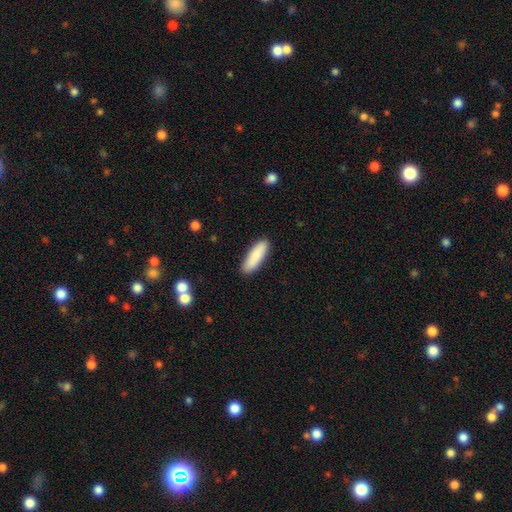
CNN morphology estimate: smooth_or_featured: smooth (p=0.87) [alt: featured or disk p=0.08]
how_rounded: cigar-shaped (p=0.56) [alt: in between p=0.42]
merging: none (p=0.89) [alt: minor disturbance p=0.08]